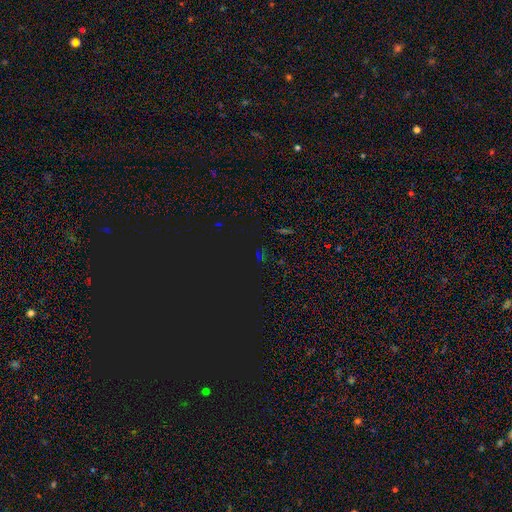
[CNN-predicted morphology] A star or artifact, not a galaxy (79%).

Vote fractions:
- Smooth or featured? star or artifact: 79% / smooth: 14% / featured or disk: 7%